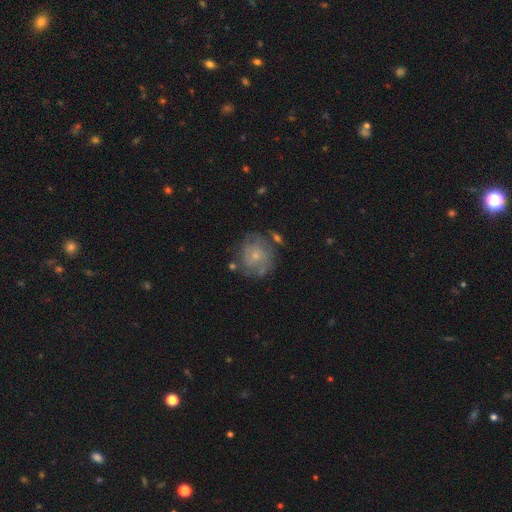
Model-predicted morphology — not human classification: Overall: featured or disk (61%; smooth 31%). Edge-on disk: no (98%). Bar: no (81%). Spiral arms: yes (72%). Bulge size: small (71%). Merging: none (63%).